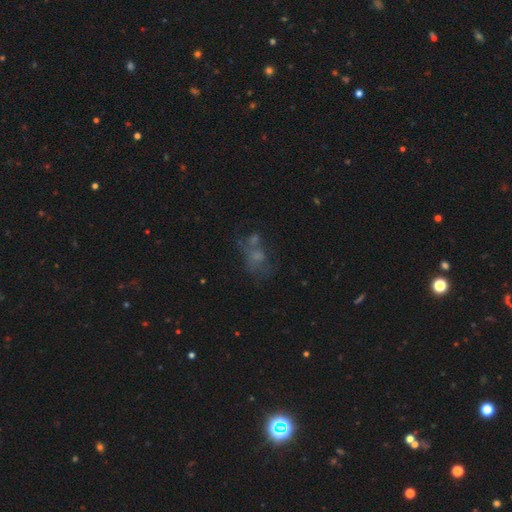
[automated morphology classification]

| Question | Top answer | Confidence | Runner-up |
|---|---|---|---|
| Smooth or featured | smooth | 43% | featured or disk (33%) |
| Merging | none | 34% | merger (27%) |